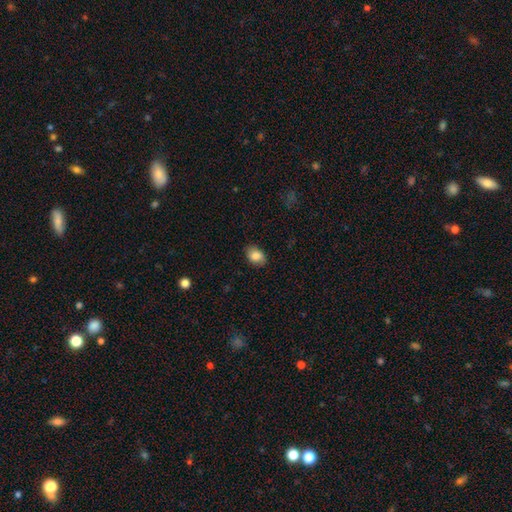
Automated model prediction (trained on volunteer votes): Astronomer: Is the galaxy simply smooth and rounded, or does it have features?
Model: smooth — 83%.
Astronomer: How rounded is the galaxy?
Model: in between — 77%.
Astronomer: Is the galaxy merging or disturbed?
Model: none — 82%.